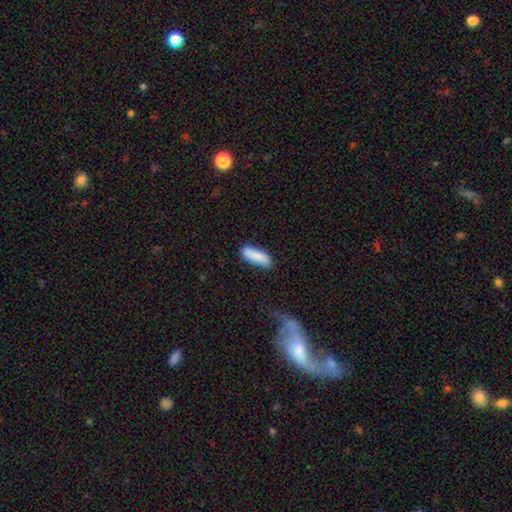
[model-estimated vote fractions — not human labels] A smooth galaxy with no disk features (86%) that is in between round and cigar-shaped (57%). Merging: none (78%).